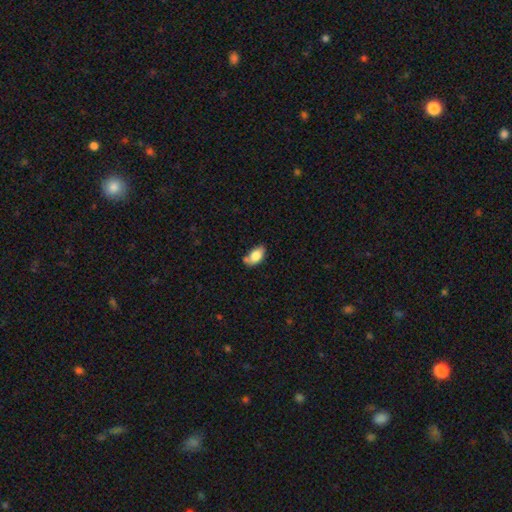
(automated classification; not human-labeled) Morphology: type=smooth (81%); roundness=in between (91%); merging=none (54%).